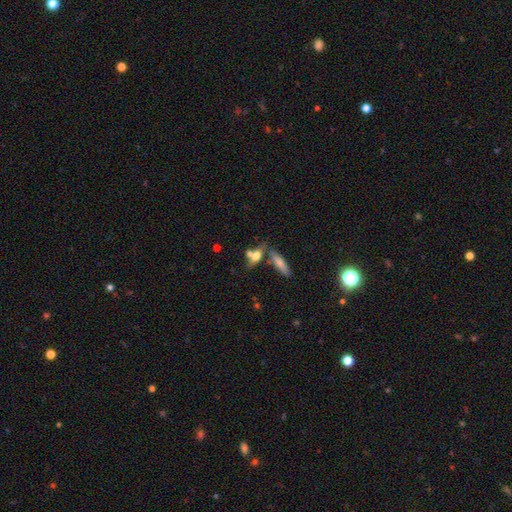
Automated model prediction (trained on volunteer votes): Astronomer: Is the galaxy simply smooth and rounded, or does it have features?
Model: smooth — 62%.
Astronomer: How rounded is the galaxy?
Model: in between — 52% (runner-up: cigar-shaped, 34%).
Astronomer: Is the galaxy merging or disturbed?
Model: none — 46% (runner-up: merger, 37%).